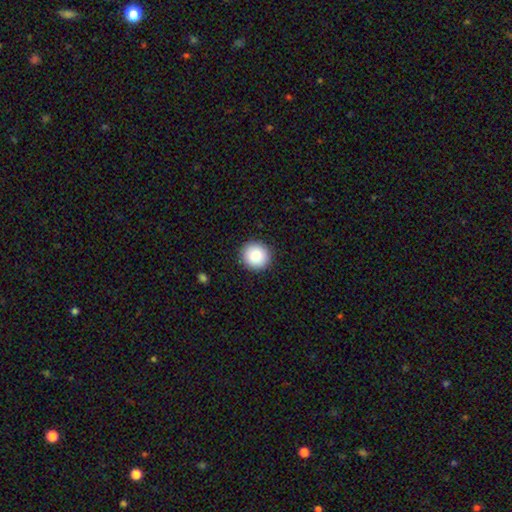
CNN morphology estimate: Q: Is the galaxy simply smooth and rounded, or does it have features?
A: smooth — 87%.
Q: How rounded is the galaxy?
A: round — 94%.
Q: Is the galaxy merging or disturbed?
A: none — 92%.